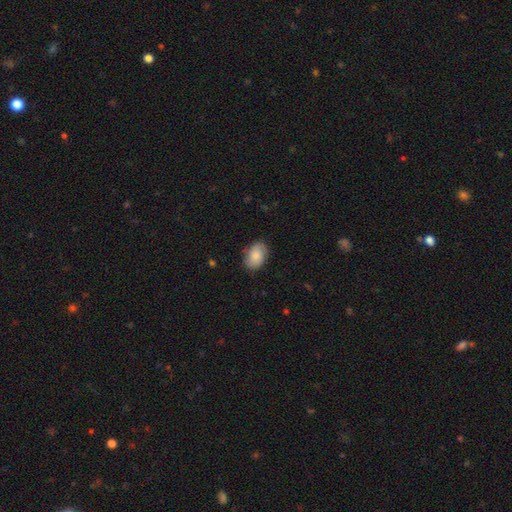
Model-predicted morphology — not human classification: smooth 82%, featured or disk 12%, star or artifact 6%. Down the decision tree: how rounded — in between (87%); merging — none (82%).